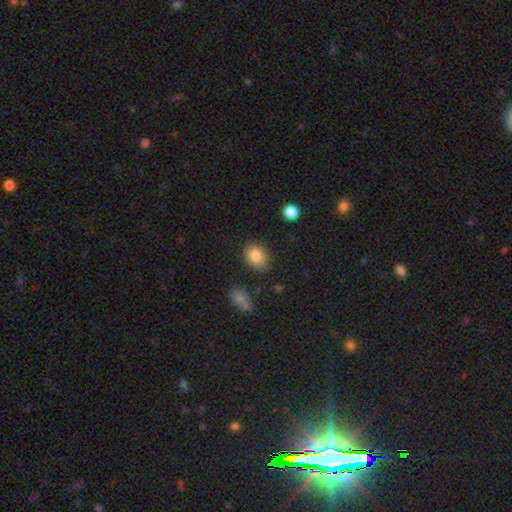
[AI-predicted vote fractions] smooth_or_featured: smooth (p=0.84) [alt: star or artifact p=0.09]
how_rounded: in between (p=0.55) [alt: round p=0.44]
merging: none (p=0.81) [alt: minor disturbance p=0.13]